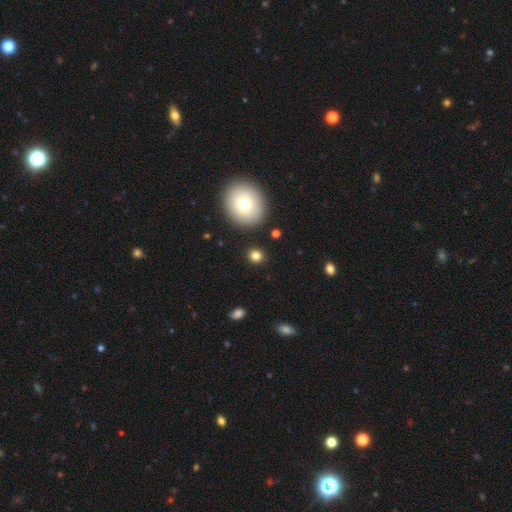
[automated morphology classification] smooth 80%, star or artifact 13%, featured or disk 7%. Down the decision tree: how rounded — round (85%); merging — none (88%).